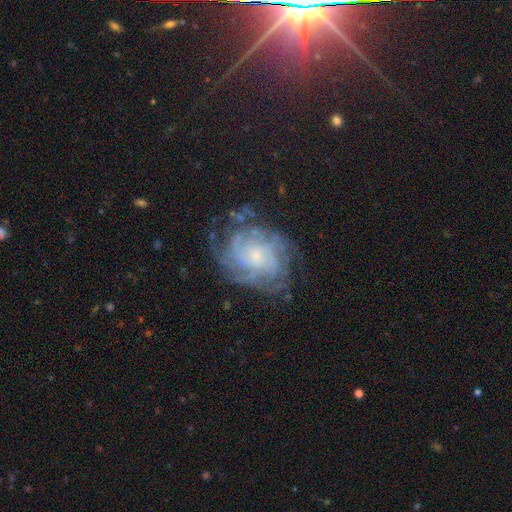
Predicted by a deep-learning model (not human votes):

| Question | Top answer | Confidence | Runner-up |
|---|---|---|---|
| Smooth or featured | featured or disk | 82% | smooth (9%) |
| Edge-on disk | no | 97% | yes (3%) |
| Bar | no | 75% | weak (20%) |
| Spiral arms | yes | 96% | no (4%) |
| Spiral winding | tight | 65% | medium (28%) |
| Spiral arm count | can't tell | 31% | 4 (24%) |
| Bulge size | small | 76% | moderate (16%) |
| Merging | none | 72% | minor disturbance (17%) |